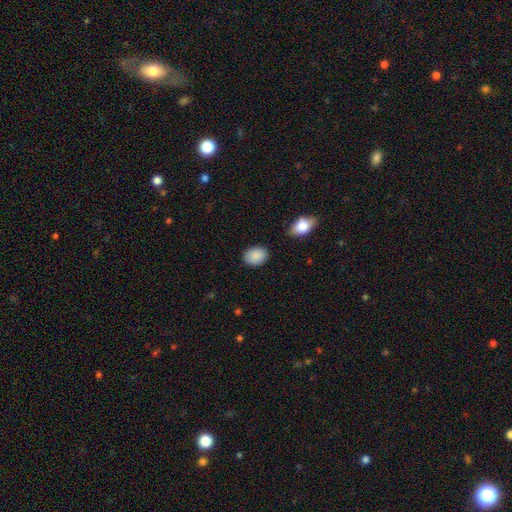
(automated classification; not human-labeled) Smooth or featured: smooth — 89% (star or artifact — 7%)
How rounded: in between — 69% (round — 30%)
Merging: none — 85% (minor disturbance — 11%)